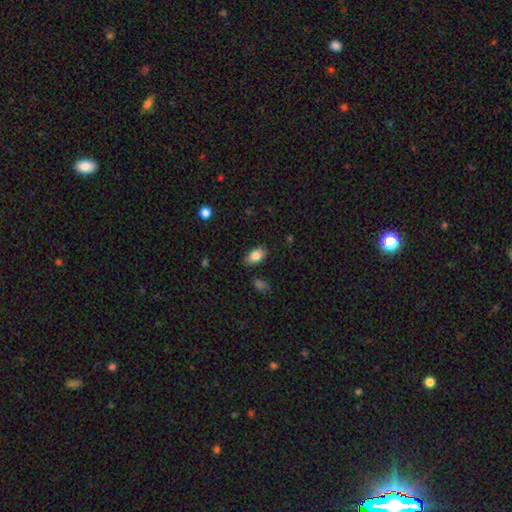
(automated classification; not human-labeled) The model was most divided on "merging": none: 83%, minor disturbance: 12%, major disturbance: 3%, merger: 2%. More confident: how rounded — in between (92%); smooth or featured — smooth (83%).